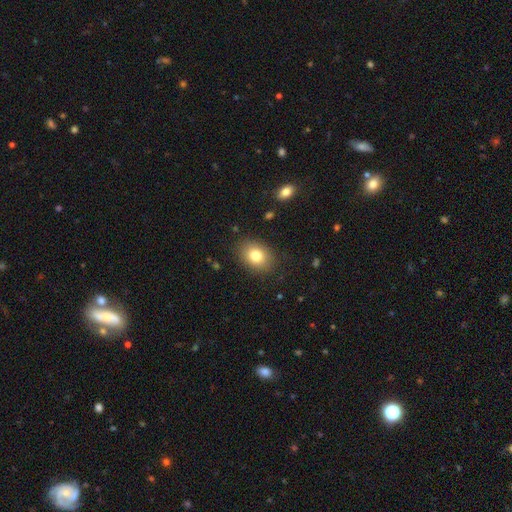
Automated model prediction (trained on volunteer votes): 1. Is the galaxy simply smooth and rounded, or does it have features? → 79% smooth, 11% featured or disk, 10% star or artifact.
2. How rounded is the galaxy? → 68% in between, 31% round, 1% cigar-shaped.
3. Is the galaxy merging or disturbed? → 86% none, 10% minor disturbance, 3% major disturbance, 1% merger.